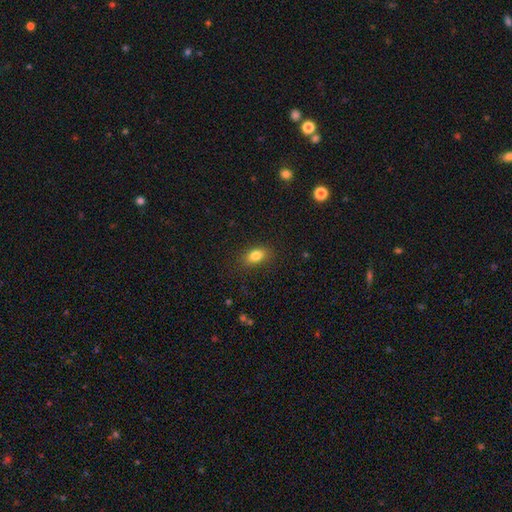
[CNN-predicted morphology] The model was most divided on "how rounded": in between: 83%, round: 14%, cigar-shaped: 3%. More confident: merging — none (85%); smooth or featured — smooth (82%).